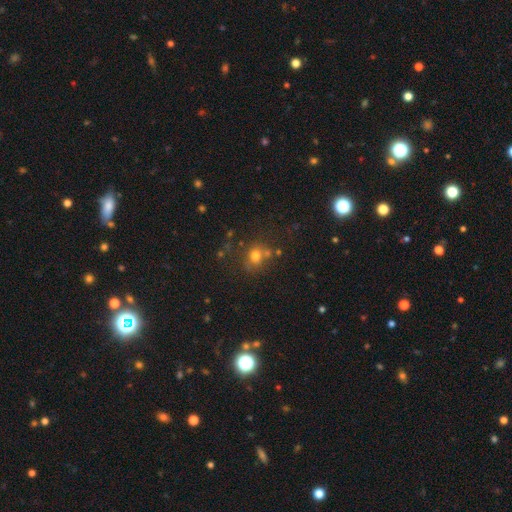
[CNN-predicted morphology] This appears to be a smooth galaxy with no disk features (72%) that is round (79%). Merging: none (63%).